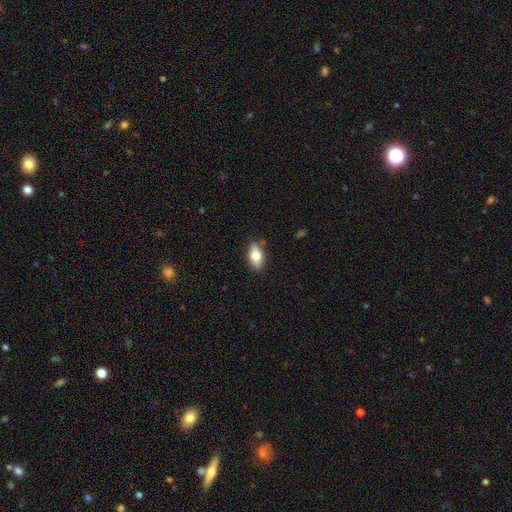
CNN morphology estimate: smooth-or-featured: smooth: 67% | featured or disk: 26% | star or artifact: 7%
  how-rounded: in between: 83% | cigar-shaped: 11% | round: 5%
  merging: none: 82% | minor disturbance: 14% | major disturbance: 3% | merger: 2%